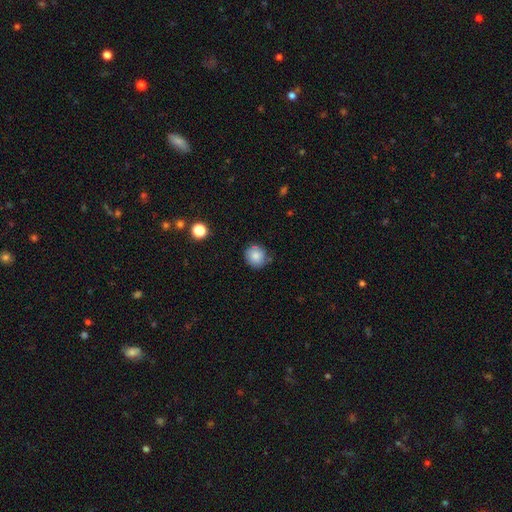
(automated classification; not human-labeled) Smooth or featured: smooth — 83% (star or artifact — 9%)
How rounded: round — 91% (in between — 8%)
Merging: none — 78% (minor disturbance — 16%)